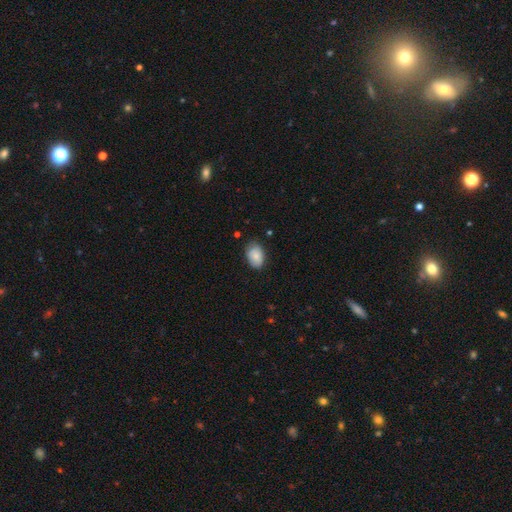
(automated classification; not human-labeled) Smooth or featured: smooth — 85% (featured or disk — 9%)
How rounded: in between — 87% (round — 12%)
Merging: none — 77% (minor disturbance — 18%)